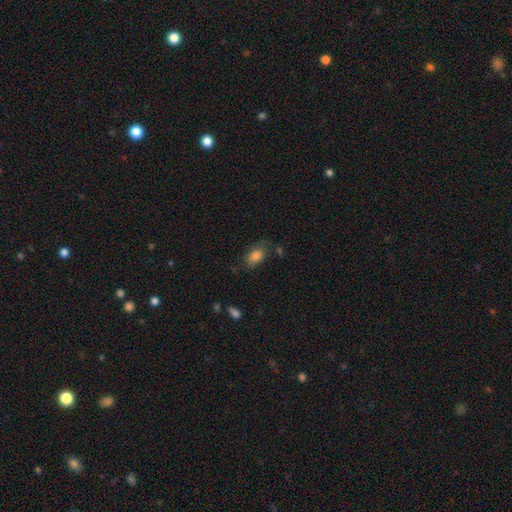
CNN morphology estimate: A smooth galaxy with no disk features (82%) that is in between round and cigar-shaped (87%). Merging: none (63%).